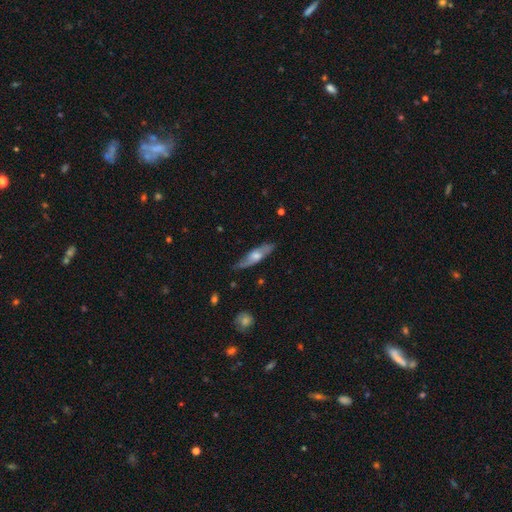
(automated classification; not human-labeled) A featured or disk galaxy (53%) viewed edge-on (53%).

Vote fractions:
- Smooth or featured? featured or disk: 53% / smooth: 41% / star or artifact: 6%
- Edge-on disk? yes: 53% / no: 47%
- Merging? none: 72% / minor disturbance: 21% / major disturbance: 5% / merger: 2%